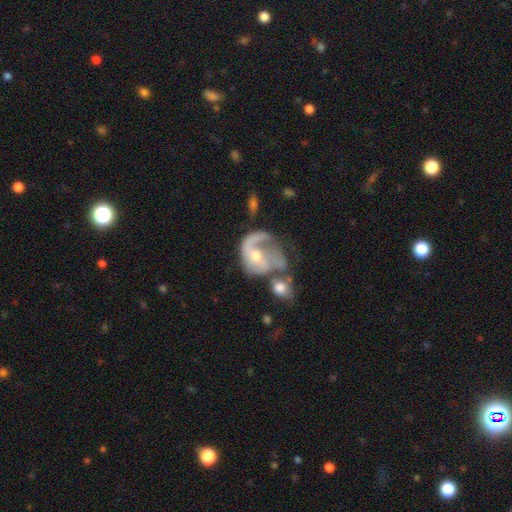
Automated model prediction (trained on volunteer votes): featured or disk 71%, smooth 22%, star or artifact 7%. Down the decision tree: edge-on disk — no (97%); bar — no (66%); spiral arms — yes (76%); spiral arm count — 1 (56%); spiral winding — loose (39%); bulge size — moderate (58%); merging — major disturbance (34%).